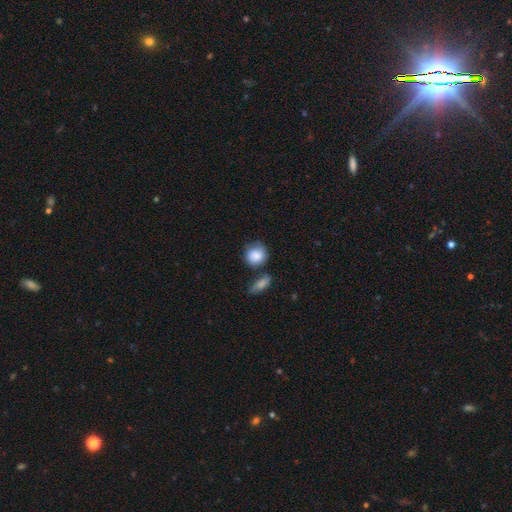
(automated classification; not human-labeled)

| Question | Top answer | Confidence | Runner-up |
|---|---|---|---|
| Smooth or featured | smooth | 85% | featured or disk (9%) |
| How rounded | round | 77% | in between (21%) |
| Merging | none | 53% | minor disturbance (26%) |